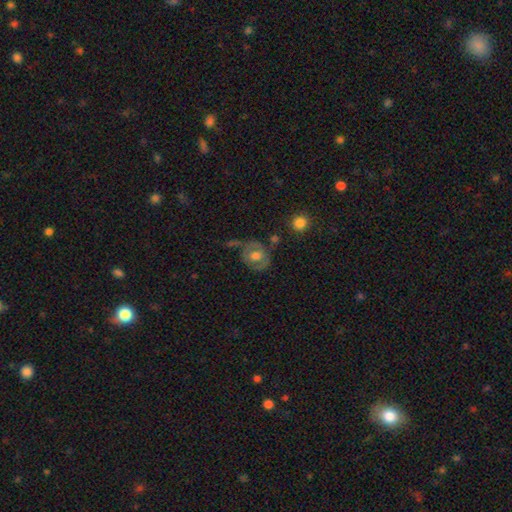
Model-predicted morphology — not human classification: A smooth galaxy with no disk features (47%). Merging: none (55%).